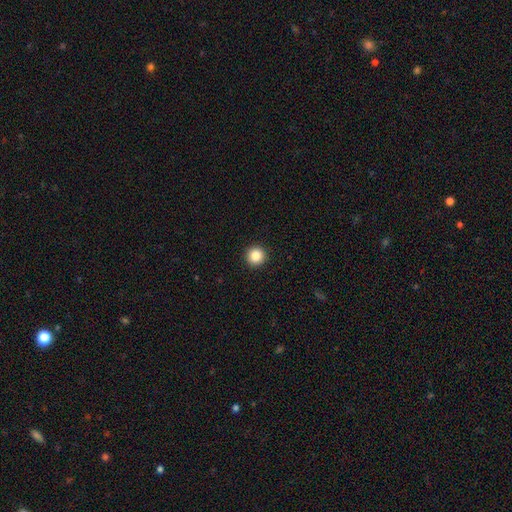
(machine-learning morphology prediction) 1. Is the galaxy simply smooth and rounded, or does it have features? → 86% smooth, 10% star or artifact, 4% featured or disk.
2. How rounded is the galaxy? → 96% round, 3% in between, 1% cigar-shaped.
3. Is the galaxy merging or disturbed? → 94% none, 4% minor disturbance, 1% major disturbance, 1% merger.